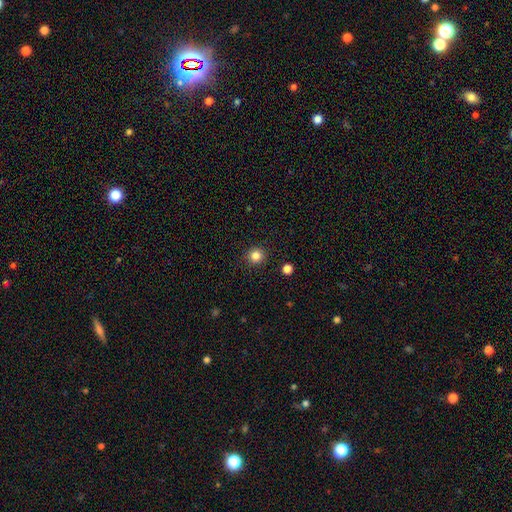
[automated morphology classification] Smooth or featured? smooth (84%)
How rounded? round (94%)
Merging? none (91%)